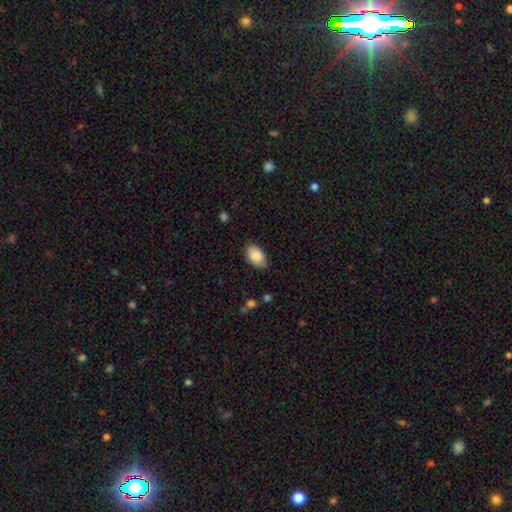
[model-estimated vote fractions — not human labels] Overall: smooth (86%). How rounded: in between (93%). Merging: none (78%).